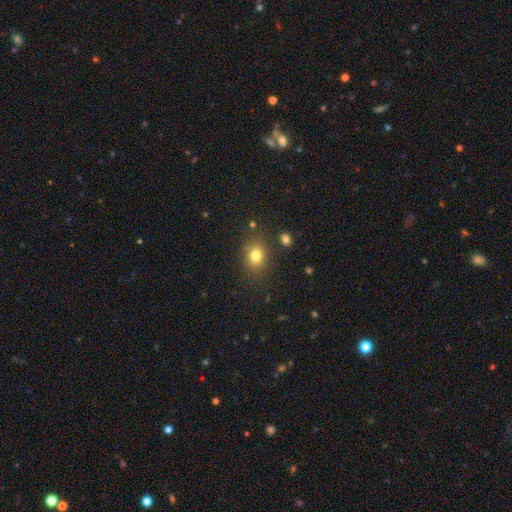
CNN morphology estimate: type=smooth (79%); roundness=round (52%); merging=none (81%).